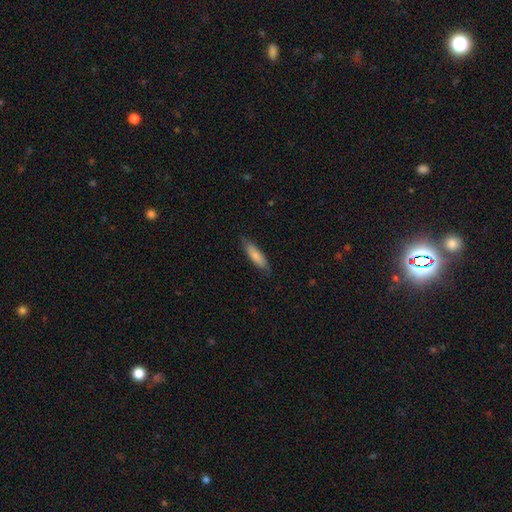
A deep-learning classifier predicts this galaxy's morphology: smooth-or-featured: smooth: 78% | featured or disk: 16% | star or artifact: 6%
  how-rounded: cigar-shaped: 63% | in between: 35% | round: 1%
  merging: none: 79% | minor disturbance: 17% | major disturbance: 3% | merger: 1%